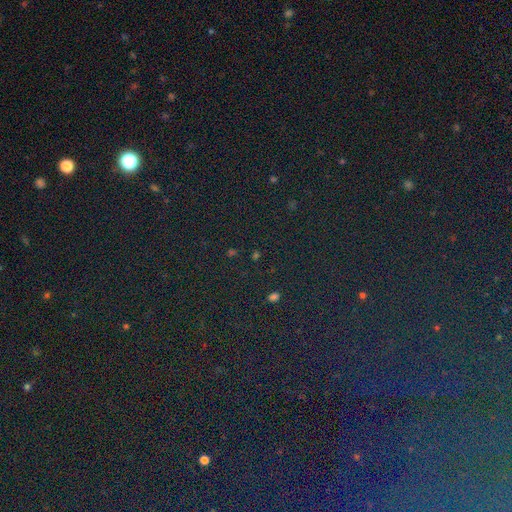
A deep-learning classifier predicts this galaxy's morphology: smooth_or_featured: star or artifact (p=0.81) [alt: smooth p=0.11]